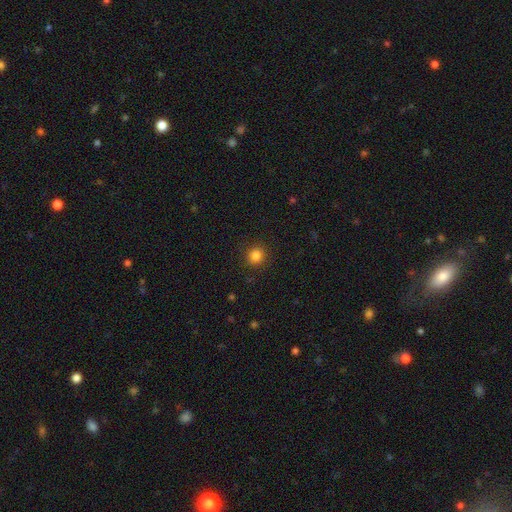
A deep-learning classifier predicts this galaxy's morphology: A smooth galaxy with no disk features (84%) that is round (89%).

Vote fractions:
- Smooth or featured? smooth: 84% / star or artifact: 12% / featured or disk: 4%
- How rounded? round: 89% / in between: 10% / cigar-shaped: 1%
- Merging? none: 91% / minor disturbance: 6% / major disturbance: 2% / merger: 1%